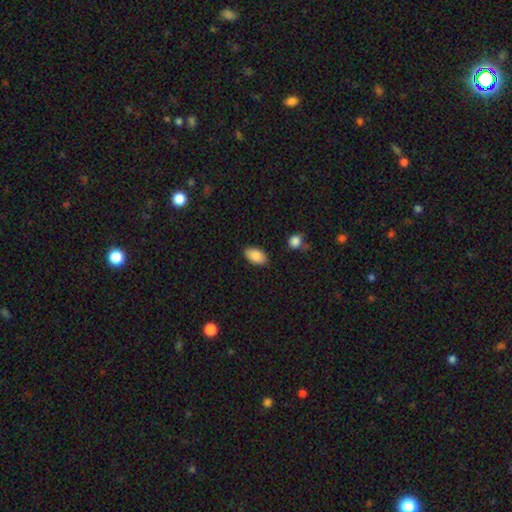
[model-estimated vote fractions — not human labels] smooth_or_featured: smooth (p=0.88) [alt: star or artifact p=0.07]
how_rounded: in between (p=0.93) [alt: round p=0.05]
merging: none (p=0.85) [alt: minor disturbance p=0.11]